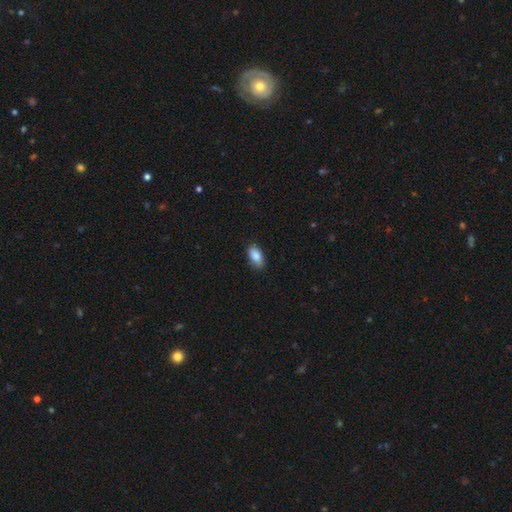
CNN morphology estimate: Smooth or featured: smooth — 87% (star or artifact — 7%)
How rounded: in between — 91% (cigar-shaped — 5%)
Merging: none — 83% (minor disturbance — 13%)